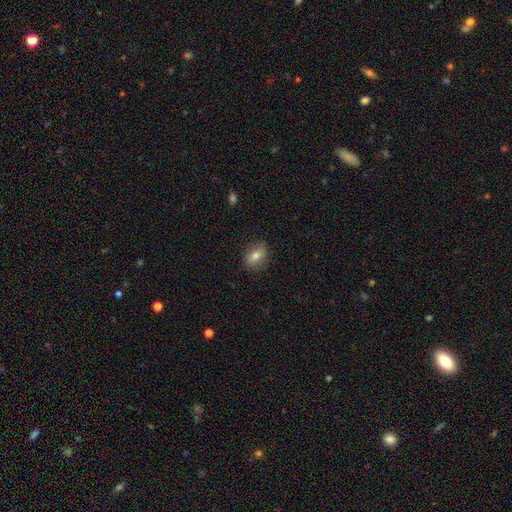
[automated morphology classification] smooth 72%, featured or disk 19%, star or artifact 9%. Down the decision tree: how rounded — in between (71%); merging — none (84%).